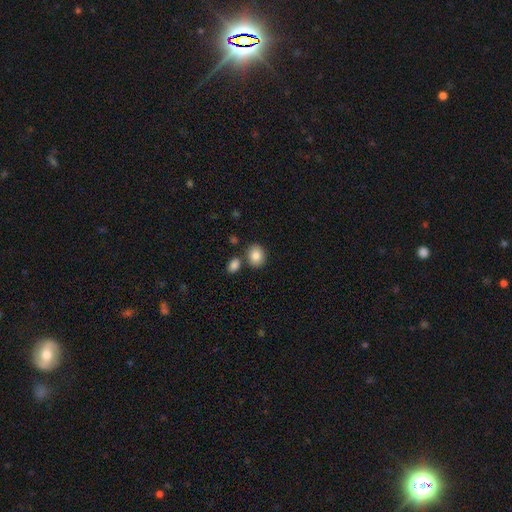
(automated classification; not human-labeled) Smooth or featured?
  - smooth: 85% *
  - star or artifact: 8%
  - featured or disk: 6%
How rounded?
  - round: 56% *
  - in between: 43%
  - cigar-shaped: 1%
Merging?
  - none: 75% *
  - merger: 12%
  - minor disturbance: 10%
  - major disturbance: 3%